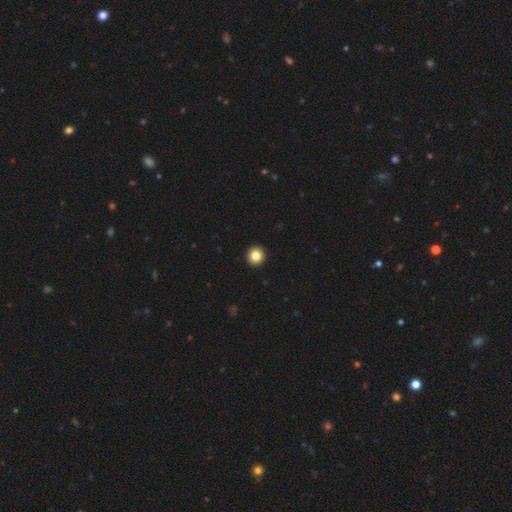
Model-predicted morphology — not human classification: Smooth or featured: smooth — 85% (star or artifact — 10%)
How rounded: round — 94% (in between — 5%)
Merging: none — 94% (minor disturbance — 4%)